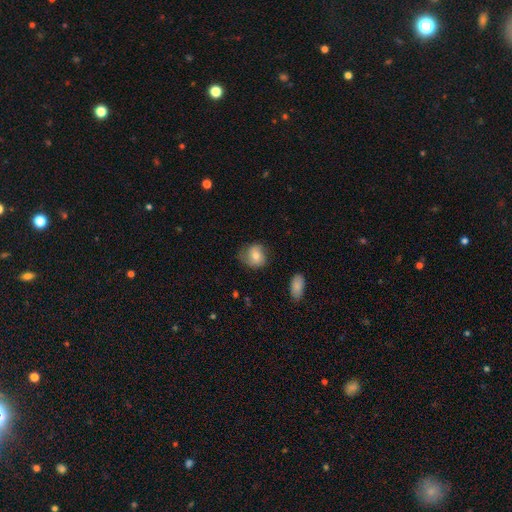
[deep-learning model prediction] smooth 63%, featured or disk 29%, star or artifact 8%. Down the decision tree: how rounded — round (73%); merging — none (64%).